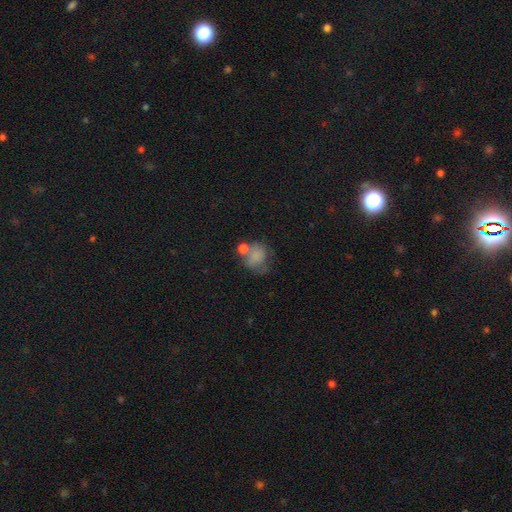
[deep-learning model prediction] smooth_or_featured: smooth (p=0.70) [alt: featured or disk p=0.18]
how_rounded: round (p=0.63) [alt: in between p=0.36]
merging: none (p=0.34) [alt: merger p=0.25]